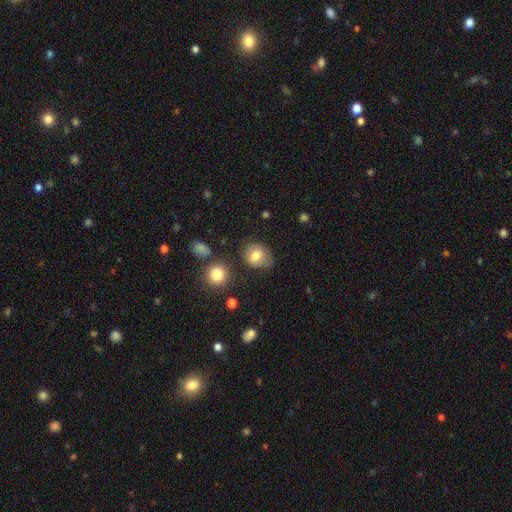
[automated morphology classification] Smooth or featured: smooth — 77% (featured or disk — 14%)
How rounded: round — 63% (in between — 36%)
Merging: none — 64% (minor disturbance — 24%)